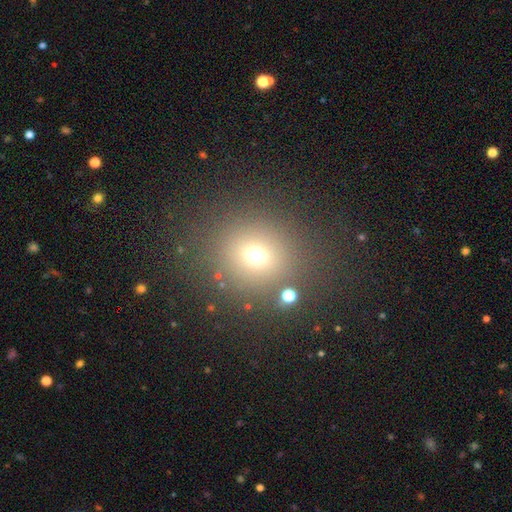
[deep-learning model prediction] Morphology: type=smooth (68%); roundness=round (81%); merging=none (82%).